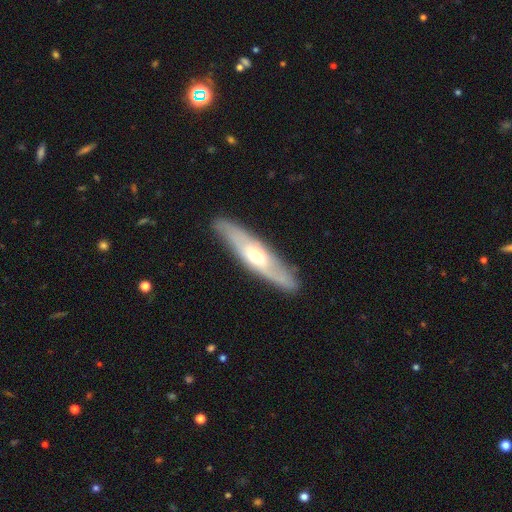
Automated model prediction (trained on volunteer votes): smooth_or_featured: featured or disk (p=0.61) [alt: smooth p=0.34]
disk_edge_on: yes (p=0.58) [alt: no p=0.42]
merging: none (p=0.87) [alt: minor disturbance p=0.09]